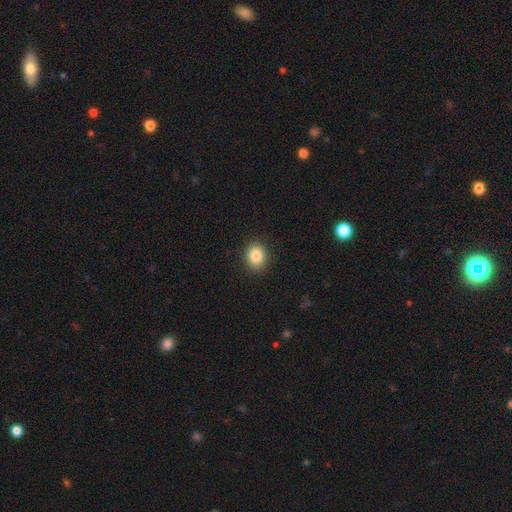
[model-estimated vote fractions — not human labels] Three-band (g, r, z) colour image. It shows a smooth galaxy with no disk features (85%) that is round (57%). Merging: none (89%).